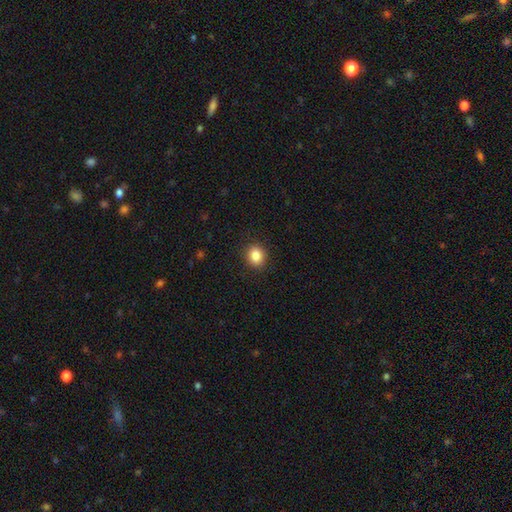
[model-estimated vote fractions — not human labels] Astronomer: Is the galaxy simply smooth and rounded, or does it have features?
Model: smooth — 85%.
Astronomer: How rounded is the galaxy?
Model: round — 72%.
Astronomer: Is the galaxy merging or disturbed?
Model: none — 90%.